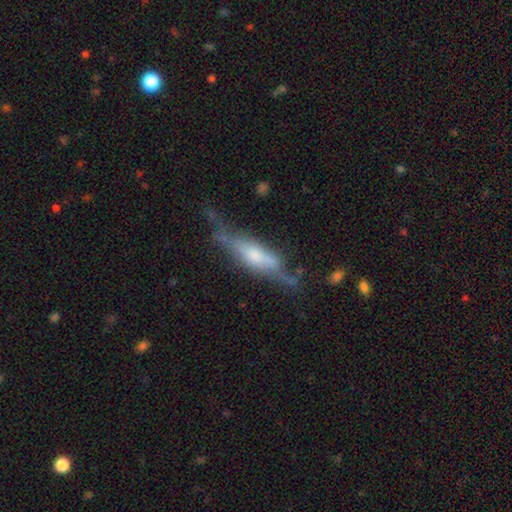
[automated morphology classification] Smooth or featured: featured or disk — 64% (smooth — 29%)
Edge-on disk: yes — 84% (no — 16%)
Edge-on bulge: rounded — 65% (boxy — 25%)
Merging: none — 53% (minor disturbance — 28%)